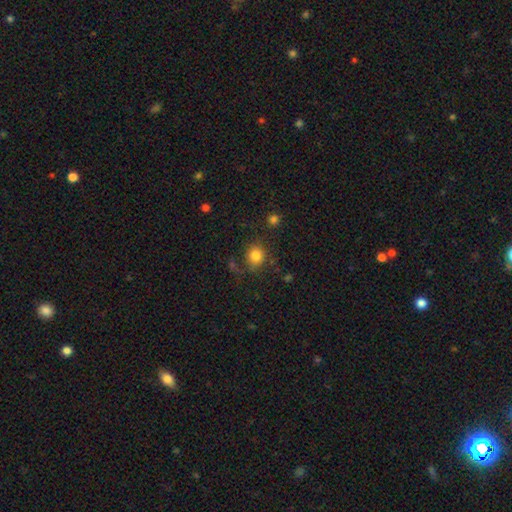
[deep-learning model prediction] This is clearly a smooth galaxy (82%). How rounded: clearly round (82%). Merging: likely none (71%).